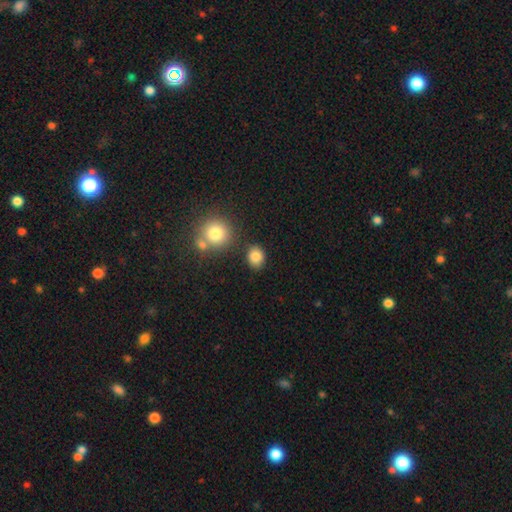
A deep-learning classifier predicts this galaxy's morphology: smooth_or_featured: smooth (p=0.84) [alt: star or artifact p=0.10]
how_rounded: round (p=0.61) [alt: in between p=0.38]
merging: none (p=0.81) [alt: minor disturbance p=0.10]